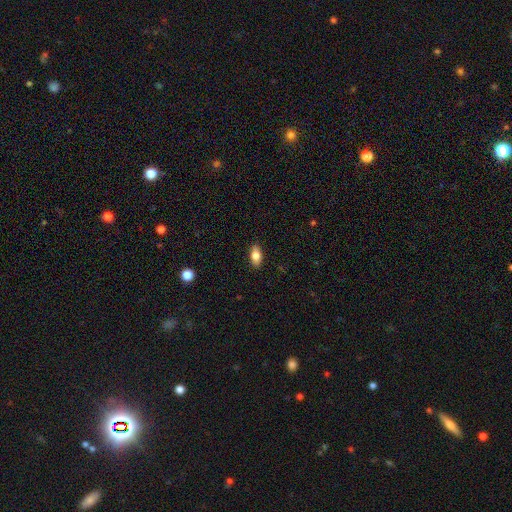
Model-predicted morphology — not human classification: Smooth or featured: smooth — 79% (featured or disk — 14%)
How rounded: in between — 88% (cigar-shaped — 9%)
Merging: none — 89% (minor disturbance — 8%)